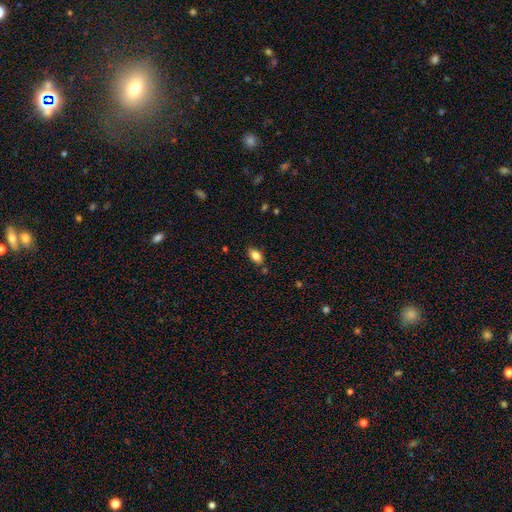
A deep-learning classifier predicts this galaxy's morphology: smooth-or-featured: smooth: 84% | star or artifact: 8% | featured or disk: 8%
  how-rounded: in between: 90% | round: 6% | cigar-shaped: 4%
  merging: none: 80% | minor disturbance: 13% | merger: 4% | major disturbance: 3%